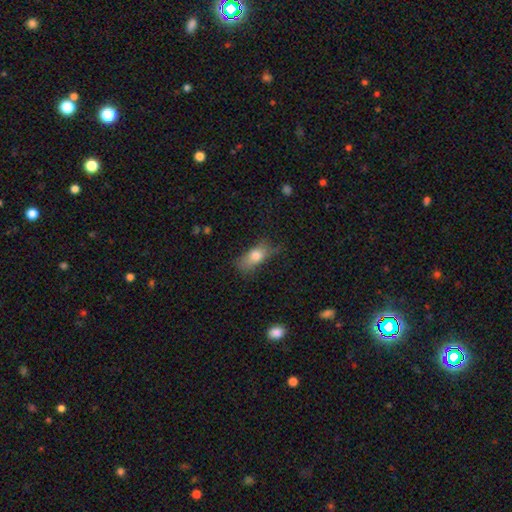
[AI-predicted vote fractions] smooth_or_featured: smooth (p=0.74) [alt: featured or disk p=0.17]
how_rounded: in between (p=0.80) [alt: cigar-shaped p=0.12]
merging: none (p=0.52) [alt: minor disturbance p=0.31]